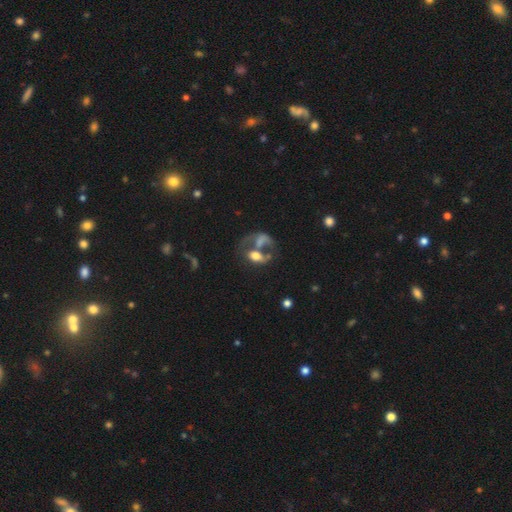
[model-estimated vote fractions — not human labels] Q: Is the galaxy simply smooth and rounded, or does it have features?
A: smooth — 51%.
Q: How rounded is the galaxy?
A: in between — 78%.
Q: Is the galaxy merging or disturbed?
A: merger — 56%.